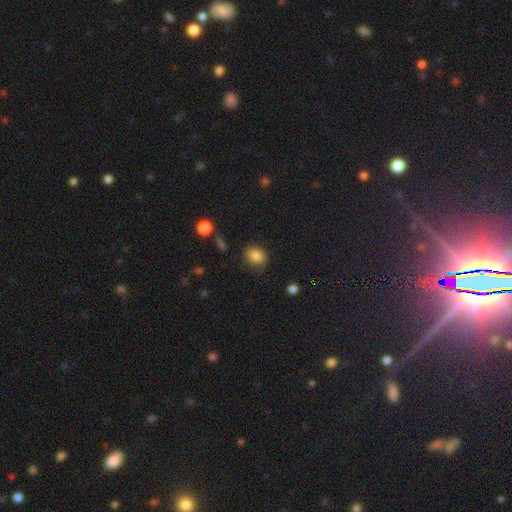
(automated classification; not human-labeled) Overall: smooth (83%). How rounded: in between (53%; round 45%). Merging: none (79%).